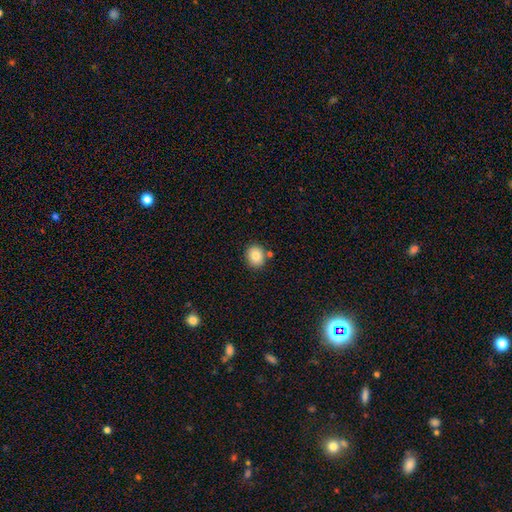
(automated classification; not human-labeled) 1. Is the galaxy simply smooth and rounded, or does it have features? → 85% smooth, 9% star or artifact, 6% featured or disk.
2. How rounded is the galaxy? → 69% round, 30% in between, 1% cigar-shaped.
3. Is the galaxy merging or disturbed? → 81% none, 10% minor disturbance, 7% merger, 2% major disturbance.